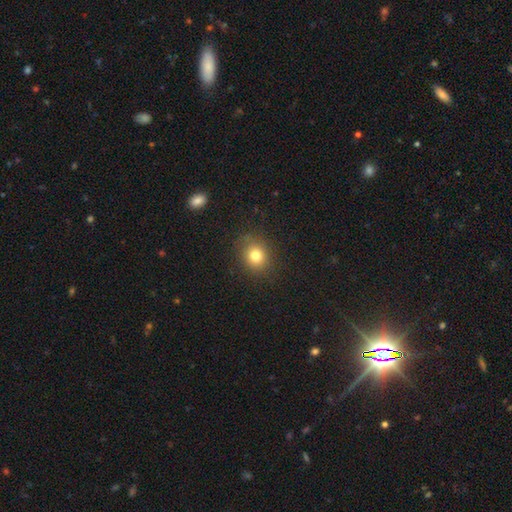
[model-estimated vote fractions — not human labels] A smooth galaxy with no disk features (79%) that is round (73%).

Vote fractions:
- Smooth or featured? smooth: 79% / star or artifact: 13% / featured or disk: 8%
- How rounded? round: 73% / in between: 26% / cigar-shaped: 1%
- Merging? none: 86% / minor disturbance: 10% / major disturbance: 3% / merger: 1%